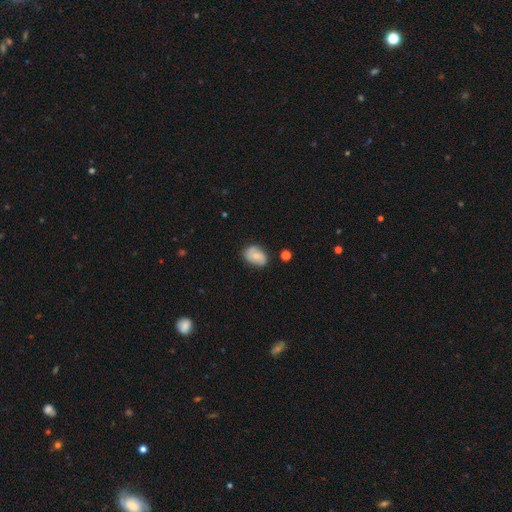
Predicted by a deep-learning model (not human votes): This appears to be a smooth galaxy with no disk features (54%) that is in between round and cigar-shaped (77%). Merging: none (72%).